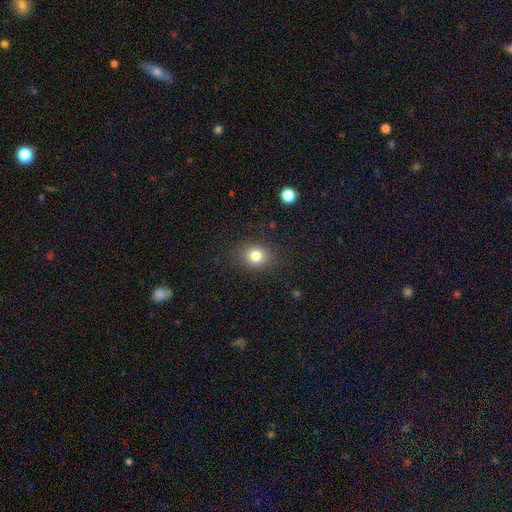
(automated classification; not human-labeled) A smooth galaxy with no disk features (79%) that is round (63%).

Vote fractions:
- Smooth or featured? smooth: 79% / star or artifact: 12% / featured or disk: 8%
- How rounded? round: 63% / in between: 36% / cigar-shaped: 1%
- Merging? none: 86% / minor disturbance: 9% / major disturbance: 3% / merger: 1%